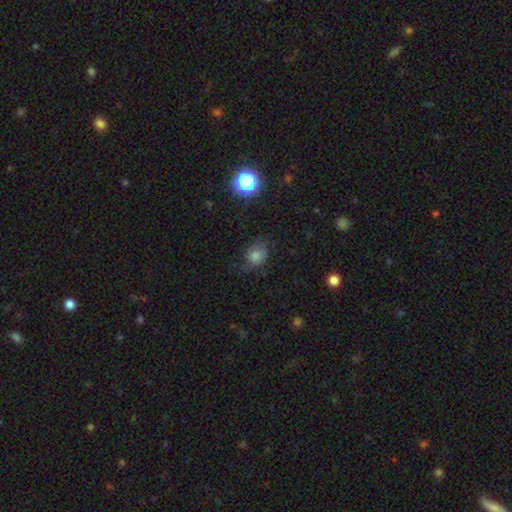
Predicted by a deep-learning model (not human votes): smooth_or_featured: smooth (p=0.74) [alt: star or artifact p=0.16]
how_rounded: round (p=0.51) [alt: in between p=0.48]
merging: none (p=0.62) [alt: minor disturbance p=0.26]